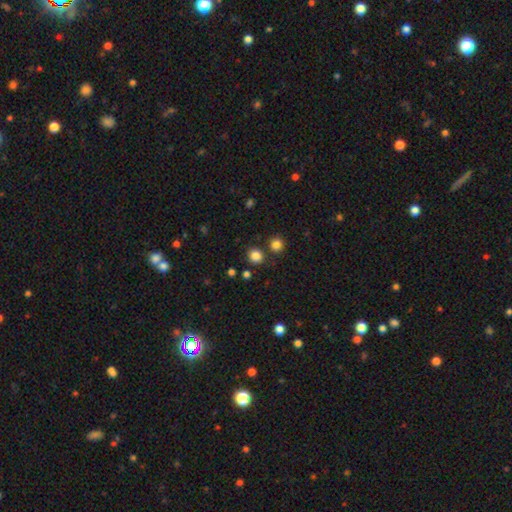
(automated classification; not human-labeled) Smooth or featured?
  - smooth: 83% *
  - star or artifact: 13%
  - featured or disk: 4%
How rounded?
  - round: 87% *
  - in between: 12%
  - cigar-shaped: 1%
Merging?
  - none: 83% *
  - merger: 8%
  - minor disturbance: 7%
  - major disturbance: 3%